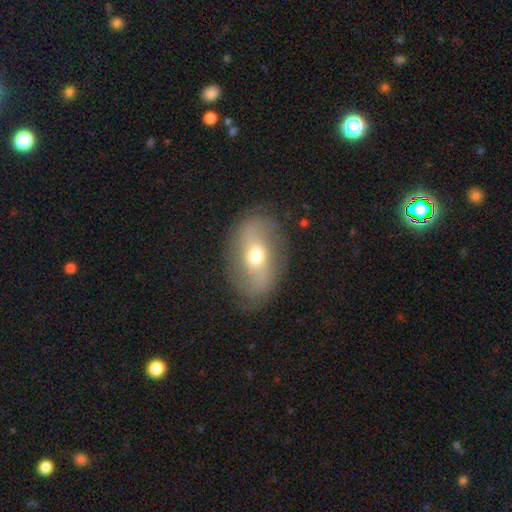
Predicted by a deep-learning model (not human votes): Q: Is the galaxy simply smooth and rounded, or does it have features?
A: featured or disk — 63%.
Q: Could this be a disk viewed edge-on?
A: no — 92%.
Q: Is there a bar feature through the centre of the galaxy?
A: weak — 37%.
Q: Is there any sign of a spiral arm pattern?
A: yes — 68%.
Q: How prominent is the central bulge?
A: moderate — 71%.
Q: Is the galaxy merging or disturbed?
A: none — 79%.